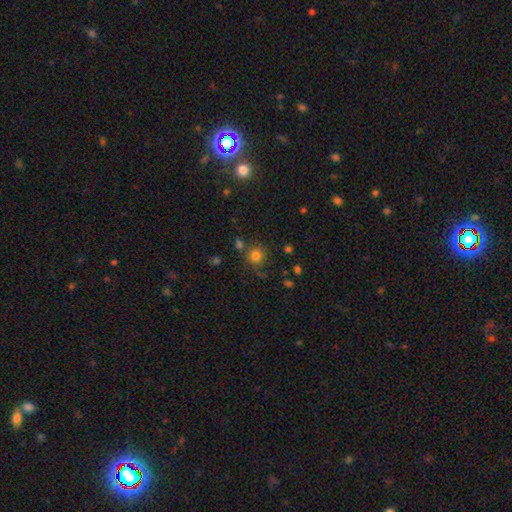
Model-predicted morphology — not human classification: The model was most divided on "merging": none: 73%, minor disturbance: 12%, merger: 10%, major disturbance: 5%. More confident: how rounded — round (89%); smooth or featured — smooth (78%).